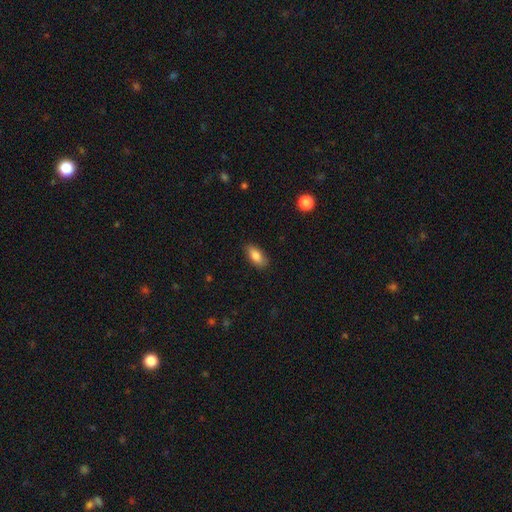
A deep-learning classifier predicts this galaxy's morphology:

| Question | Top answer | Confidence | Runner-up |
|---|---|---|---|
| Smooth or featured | smooth | 83% | featured or disk (10%) |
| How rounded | in between | 88% | cigar-shaped (8%) |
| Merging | none | 84% | minor disturbance (13%) |